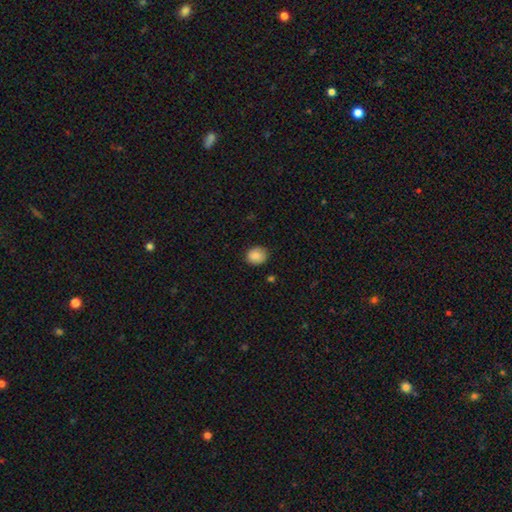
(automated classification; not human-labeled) Smooth or featured? smooth (87%)
How rounded? round (64%)
Merging? none (82%)